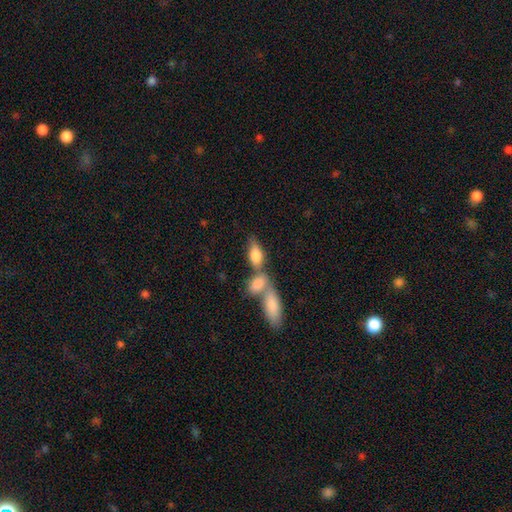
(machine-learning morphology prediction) Smooth or featured?
  - smooth: 77% *
  - featured or disk: 16%
  - star or artifact: 7%
How rounded?
  - in between: 83% *
  - cigar-shaped: 11%
  - round: 6%
Merging?
  - merger: 49% *
  - none: 35%
  - minor disturbance: 10%
  - major disturbance: 6%